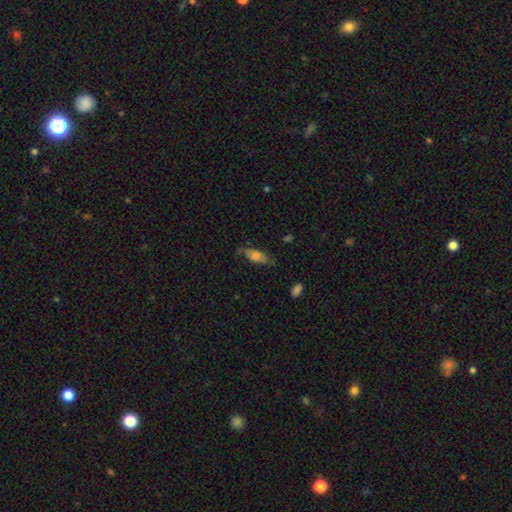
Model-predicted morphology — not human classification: smooth 56%, featured or disk 36%, star or artifact 8%. Down the decision tree: how rounded — in between (61%); merging — none (65%).